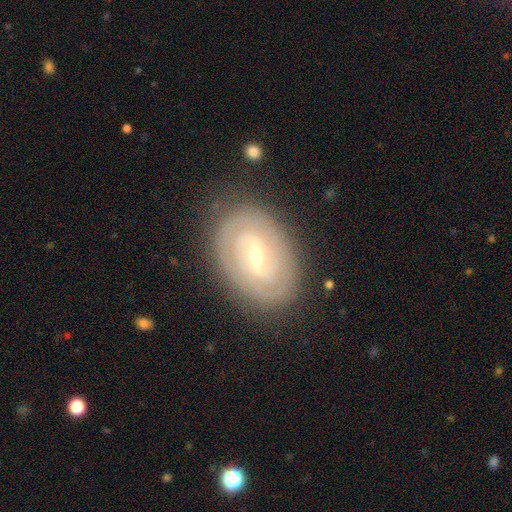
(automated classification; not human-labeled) smooth-or-featured: featured or disk: 85% | smooth: 10% | star or artifact: 5%
  disk-edge-on: no: 96% | yes: 4%
    bar: weak: 46% | strong: 41% | no: 13%
    has-spiral-arms: yes: 93% | no: 7%
      spiral-winding: tight: 69% | medium: 25% | loose: 6%
      spiral-arm-count: 2: 62% | can't tell: 18% | 3: 11% | 4: 4% | 1: 3% | more than 4: 3%
    bulge-size: small: 66% | moderate: 31% | large: 1% | none: 1% | dominant: 1%
  merging: none: 84% | minor disturbance: 12% | major disturbance: 3% | merger: 1%